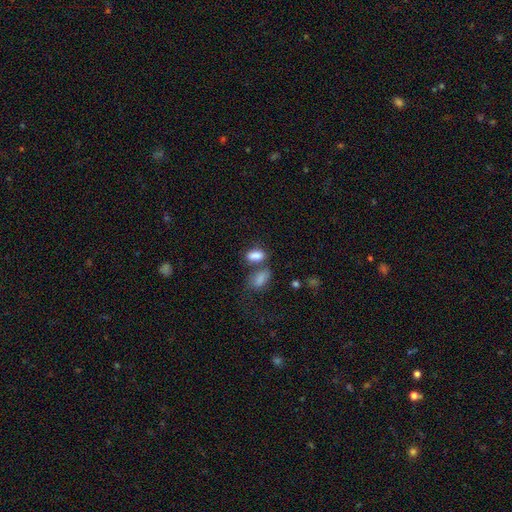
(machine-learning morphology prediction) Overall: smooth (85%). How rounded: in between (88%). Merging: none (47%; merger 34%).